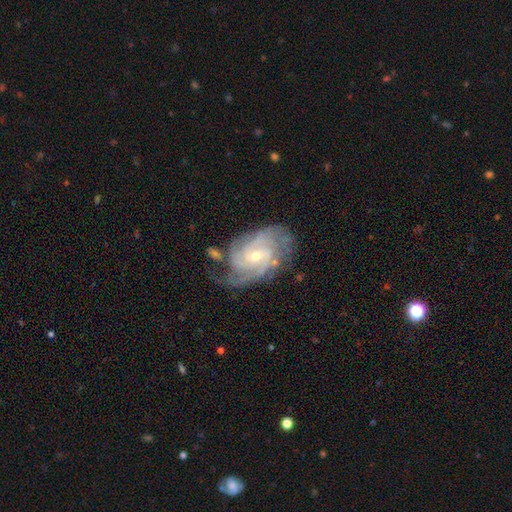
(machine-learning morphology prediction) Smooth or featured?
  - featured or disk: 89% *
  - smooth: 6%
  - star or artifact: 5%
Edge-on disk?
  - no: 97% *
  - yes: 3%
Bar?
  - no: 48% *
  - weak: 42%
  - strong: 9%
Spiral arms?
  - yes: 97% *
  - no: 3%
Spiral winding?
  - tight: 60% *
  - medium: 33%
  - loose: 7%
Spiral arm count?
  - 3: 26% *
  - can't tell: 23%
  - 2: 23%
  - 4: 17%
  - more than 4: 6%
  - 1: 5%
Bulge size?
  - small: 56% *
  - moderate: 41%
  - large: 1%
  - none: 1%
  - dominant: 1%
Merging?
  - none: 62% *
  - minor disturbance: 23%
  - major disturbance: 11%
  - merger: 5%